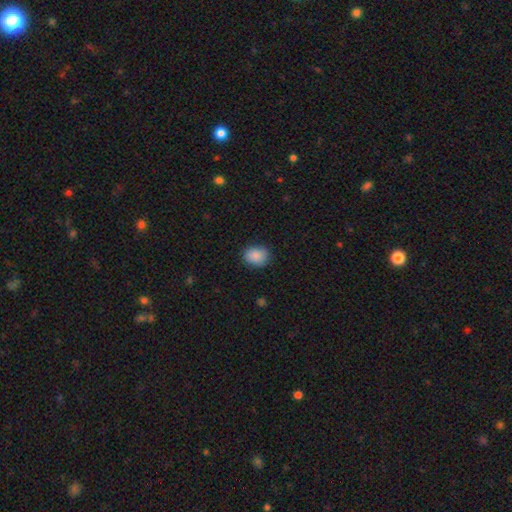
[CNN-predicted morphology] smooth_or_featured: smooth (p=0.88) [alt: star or artifact p=0.08]
how_rounded: round (p=0.55) [alt: in between p=0.44]
merging: none (p=0.85) [alt: minor disturbance p=0.11]